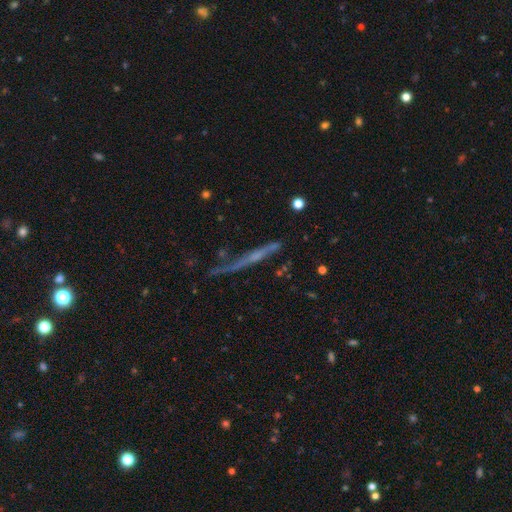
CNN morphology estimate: A featured or disk galaxy (64%) viewed edge-on (87%) with no central bulge (54%). Merging: none (56%).